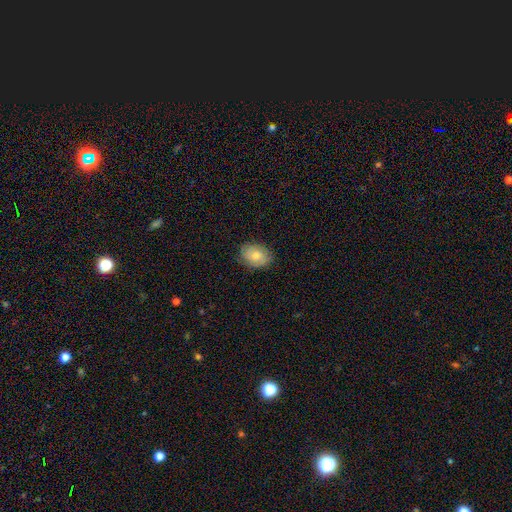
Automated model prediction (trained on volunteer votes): Morphology: type=smooth (68%); roundness=in between (68%); merging=none (82%).